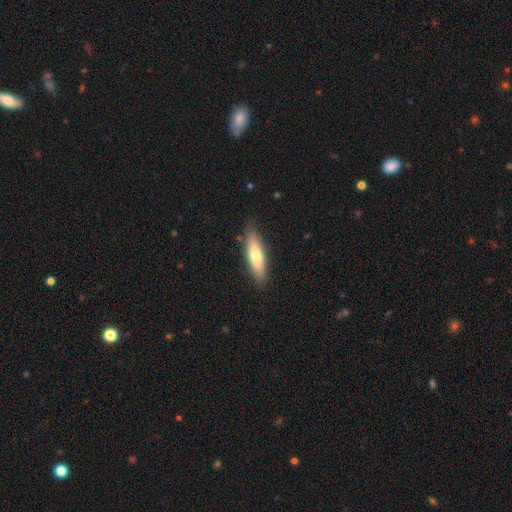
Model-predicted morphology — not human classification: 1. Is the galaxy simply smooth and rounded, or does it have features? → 67% smooth, 27% featured or disk, 6% star or artifact.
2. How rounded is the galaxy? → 62% cigar-shaped, 36% in between, 2% round.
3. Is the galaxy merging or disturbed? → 85% none, 11% minor disturbance, 2% major disturbance, 1% merger.